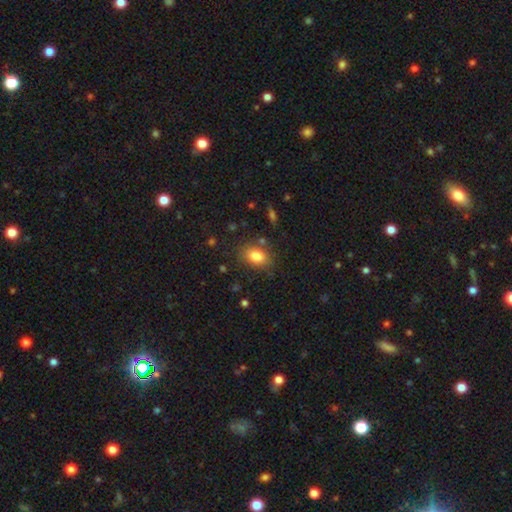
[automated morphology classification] smooth-or-featured: smooth: 82% | star or artifact: 10% | featured or disk: 9%
  how-rounded: in between: 74% | round: 25% | cigar-shaped: 1%
  merging: none: 80% | minor disturbance: 12% | merger: 4% | major disturbance: 4%